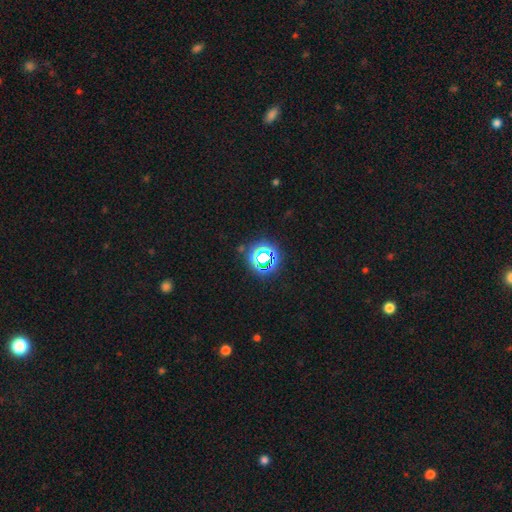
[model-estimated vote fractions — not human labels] star or artifact 70%, smooth 20%, featured or disk 10%.